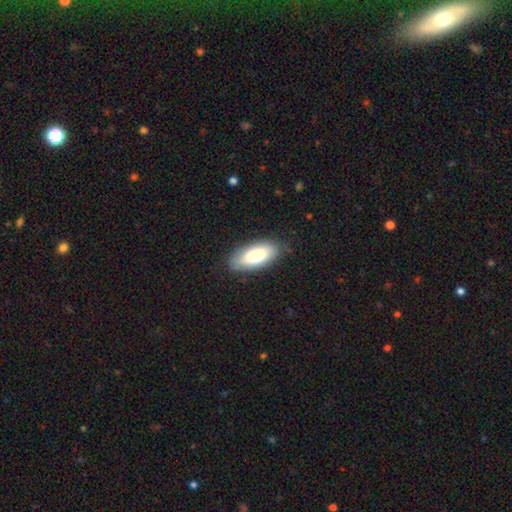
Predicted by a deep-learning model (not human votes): Morphology: type=smooth (78%); roundness=in between (89%); merging=none (83%).